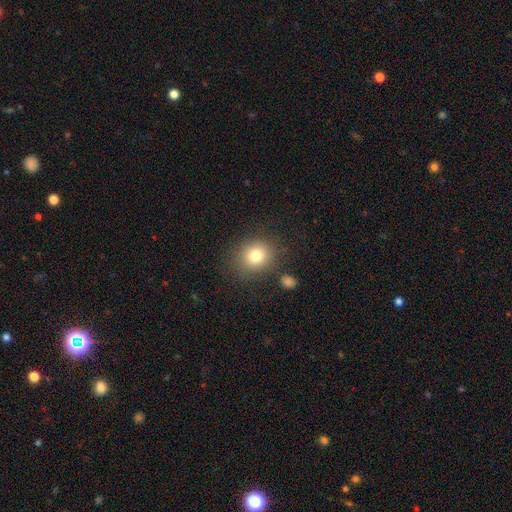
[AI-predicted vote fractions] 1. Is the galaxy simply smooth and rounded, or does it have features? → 79% smooth, 12% star or artifact, 9% featured or disk.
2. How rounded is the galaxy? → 78% round, 21% in between, 1% cigar-shaped.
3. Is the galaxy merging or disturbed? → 82% none, 10% minor disturbance, 4% major disturbance, 4% merger.